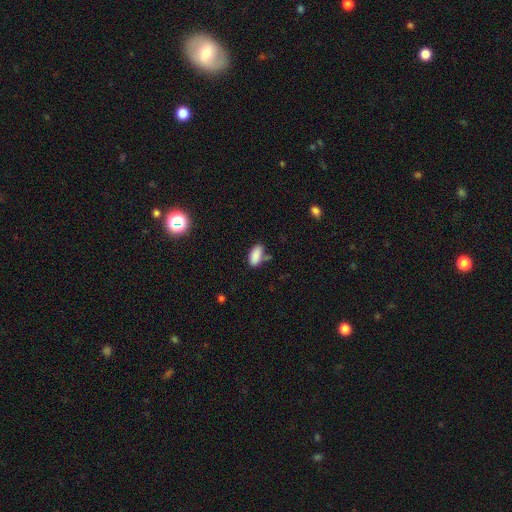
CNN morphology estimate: Smooth or featured? Predicted: smooth (p=0.87). How rounded? Predicted: in between (p=0.91). Merging? Predicted: none (p=0.68).